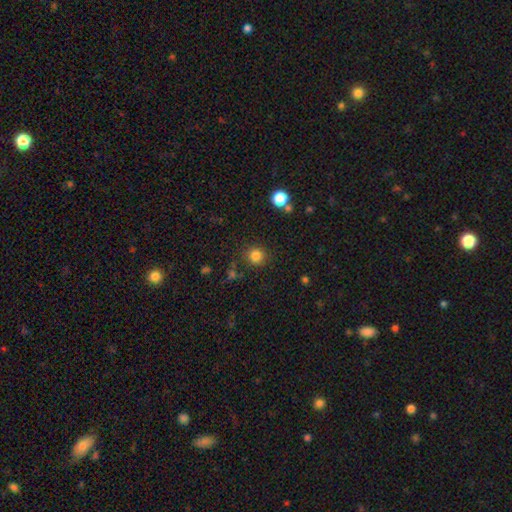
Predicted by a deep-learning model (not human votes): Smooth or featured: smooth — 82% (star or artifact — 13%)
How rounded: round — 92% (in between — 7%)
Merging: none — 85% (minor disturbance — 8%)